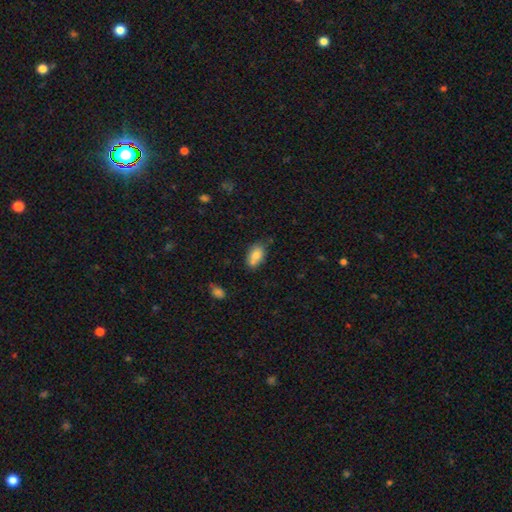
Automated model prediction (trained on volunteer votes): Smooth or featured? Predicted: smooth (p=0.76). How rounded? Predicted: in between (p=0.87). Merging? Predicted: none (p=0.55).